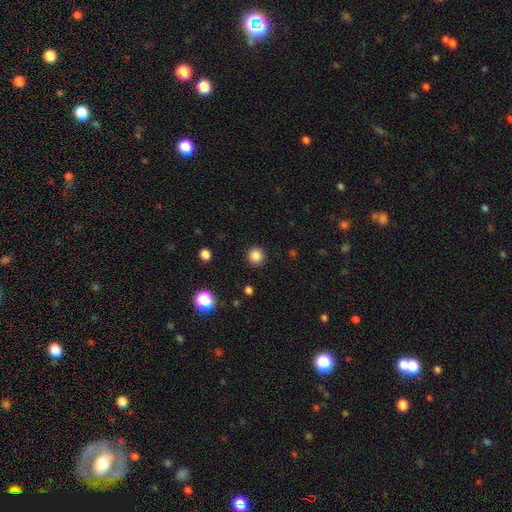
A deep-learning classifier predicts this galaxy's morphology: smooth-or-featured: smooth: 85% | star or artifact: 12% | featured or disk: 3%
  how-rounded: round: 94% | in between: 5% | cigar-shaped: 1%
  merging: none: 92% | minor disturbance: 5% | major disturbance: 2% | merger: 1%